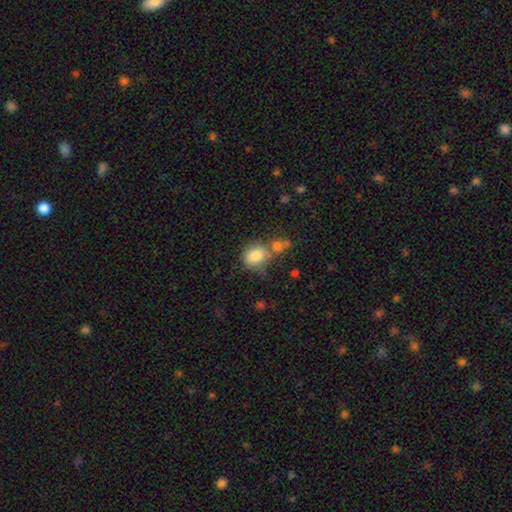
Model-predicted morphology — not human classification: Smooth or featured? smooth (82%)
How rounded? round (57%)
Merging? none (48%)